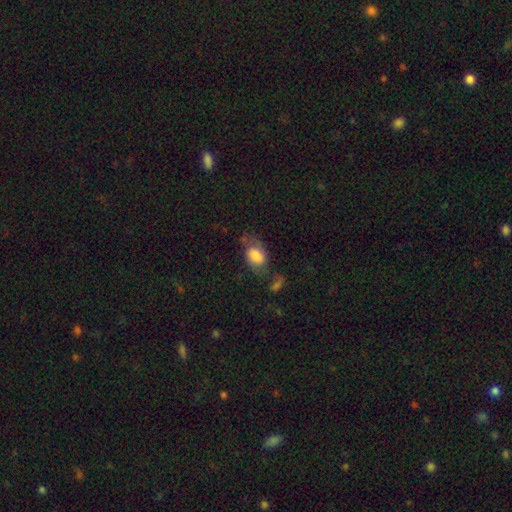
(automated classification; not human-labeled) The model was most divided on "merging": none: 43%, minor disturbance: 25%, major disturbance: 22%, merger: 10%. More confident: how rounded — in between (84%); smooth or featured — smooth (69%).